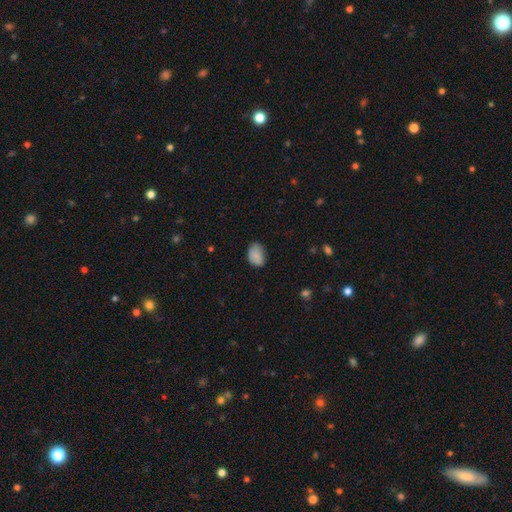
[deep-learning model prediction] Morphology: type=smooth (86%); roundness=in between (85%); merging=none (67%).